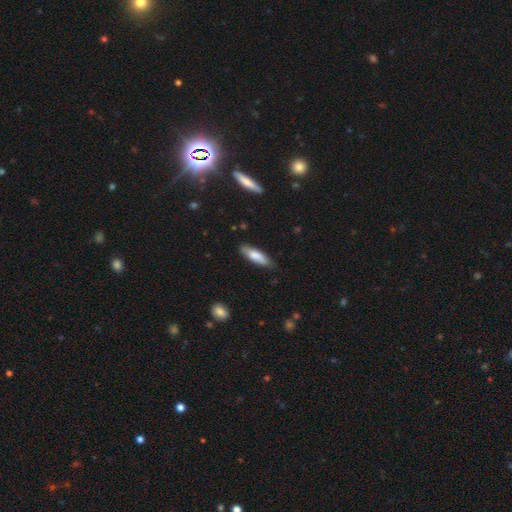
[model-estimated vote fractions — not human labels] The model was most divided on "how rounded": cigar-shaped: 52%, in between: 46%, round: 2%. More confident: merging — none (79%); smooth or featured — smooth (78%).